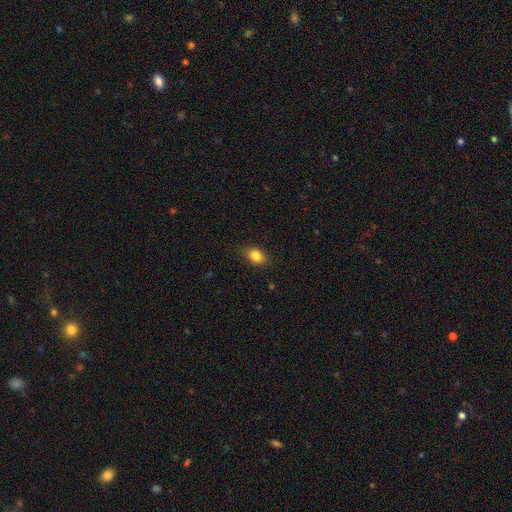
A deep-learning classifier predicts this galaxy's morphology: Overall: smooth (84%). How rounded: in between (69%; round 30%). Merging: none (81%).